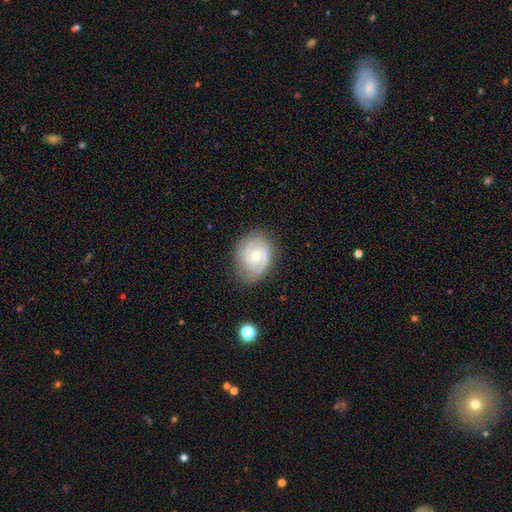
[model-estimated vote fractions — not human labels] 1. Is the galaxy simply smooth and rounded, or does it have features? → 80% featured or disk, 14% smooth, 6% star or artifact.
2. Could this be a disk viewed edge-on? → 97% no, 3% yes.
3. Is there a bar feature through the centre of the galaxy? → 59% no, 35% weak, 5% strong.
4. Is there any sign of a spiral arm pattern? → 95% yes, 5% no.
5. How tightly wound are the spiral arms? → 47% medium, 41% tight, 13% loose.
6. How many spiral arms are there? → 69% 2, 13% 3, 10% can't tell, 4% 1, 2% 4, 2% more than 4.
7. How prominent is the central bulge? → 49% small, 47% moderate, 2% large, 1% none, 1% dominant.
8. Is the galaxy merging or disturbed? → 77% none, 17% minor disturbance, 5% major disturbance, 1% merger.